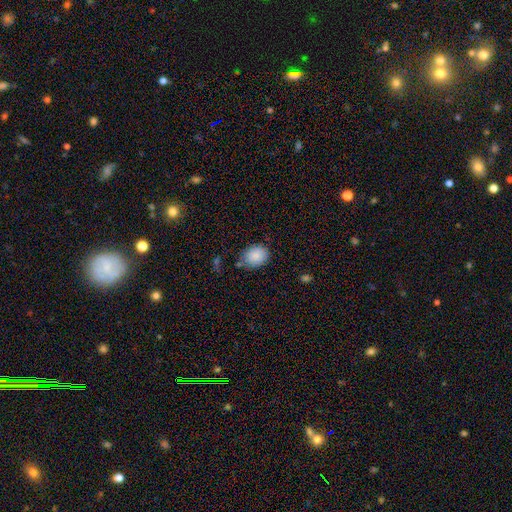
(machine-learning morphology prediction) Smooth or featured?
  - smooth: 88% *
  - star or artifact: 7%
  - featured or disk: 5%
How rounded?
  - in between: 59% *
  - round: 40%
  - cigar-shaped: 1%
Merging?
  - none: 72% *
  - minor disturbance: 19%
  - major disturbance: 4%
  - merger: 4%